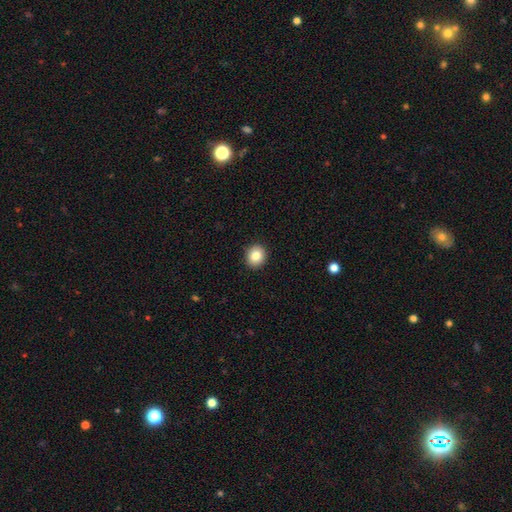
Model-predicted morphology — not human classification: Smooth or featured? smooth (83%)
How rounded? round (80%)
Merging? none (92%)